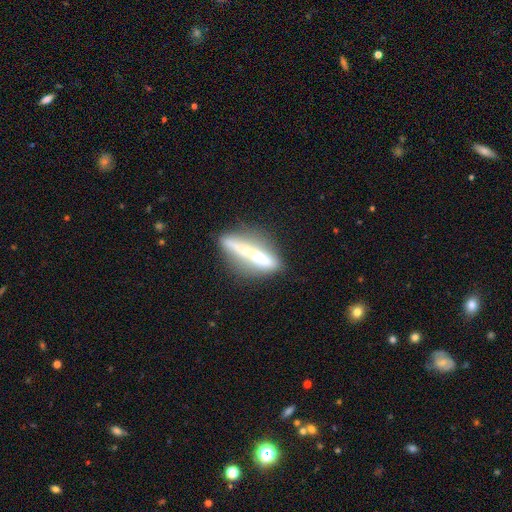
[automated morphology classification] A featured or disk galaxy (56%) viewed edge-on (71%). Merging: none (63%).